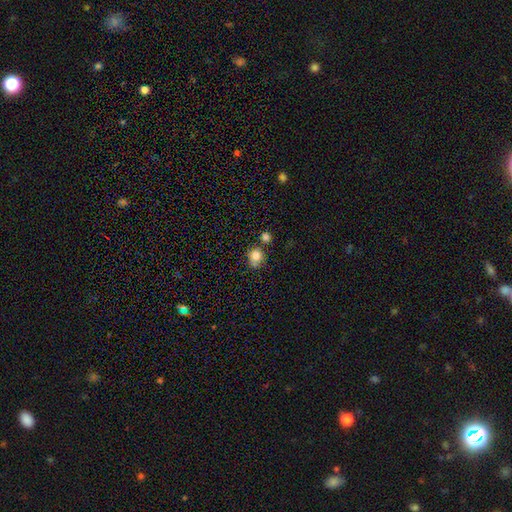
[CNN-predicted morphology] Smooth or featured?
  - smooth: 81% *
  - star or artifact: 11%
  - featured or disk: 8%
How rounded?
  - round: 79% *
  - in between: 20%
  - cigar-shaped: 1%
Merging?
  - none: 59% *
  - merger: 18%
  - minor disturbance: 18%
  - major disturbance: 6%